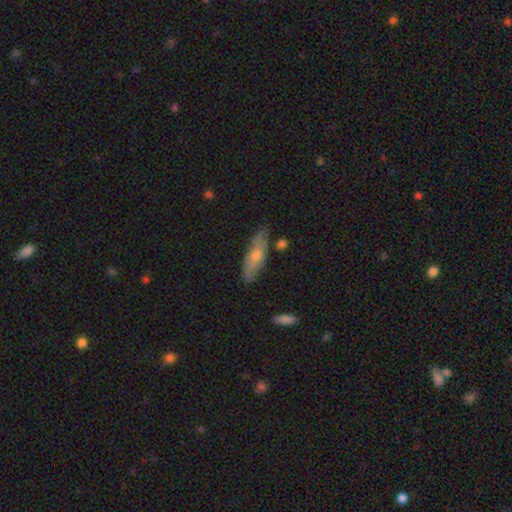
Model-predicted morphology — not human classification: smooth_or_featured: smooth (p=0.55) [alt: featured or disk p=0.39]
how_rounded: cigar-shaped (p=0.56) [alt: in between p=0.41]
merging: none (p=0.79) [alt: minor disturbance p=0.15]